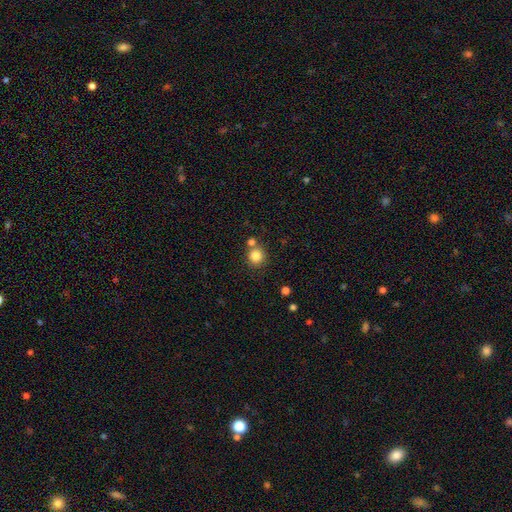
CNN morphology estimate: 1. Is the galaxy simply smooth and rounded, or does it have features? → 83% smooth, 11% star or artifact, 6% featured or disk.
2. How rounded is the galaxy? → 91% round, 8% in between, 1% cigar-shaped.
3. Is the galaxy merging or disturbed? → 70% none, 18% merger, 9% minor disturbance, 3% major disturbance.